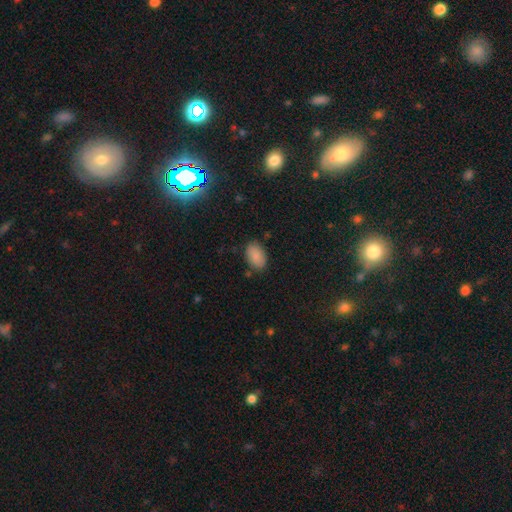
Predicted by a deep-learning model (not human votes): smooth_or_featured: smooth (p=0.88) [alt: star or artifact p=0.08]
how_rounded: in between (p=0.91) [alt: round p=0.08]
merging: none (p=0.82) [alt: minor disturbance p=0.13]